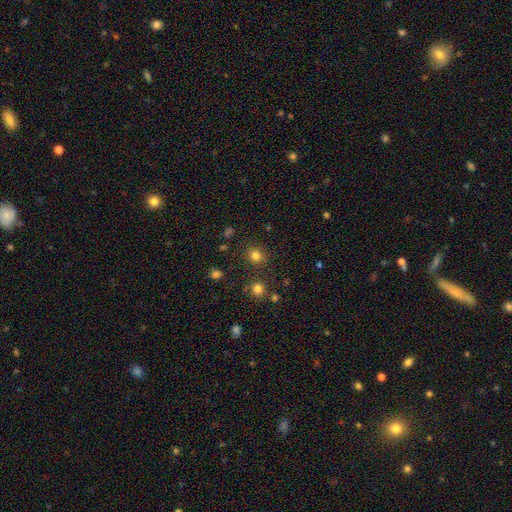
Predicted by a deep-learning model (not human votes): The model was most divided on "how rounded": round: 74%, in between: 25%, cigar-shaped: 1%. More confident: merging — none (85%); smooth or featured — smooth (79%).